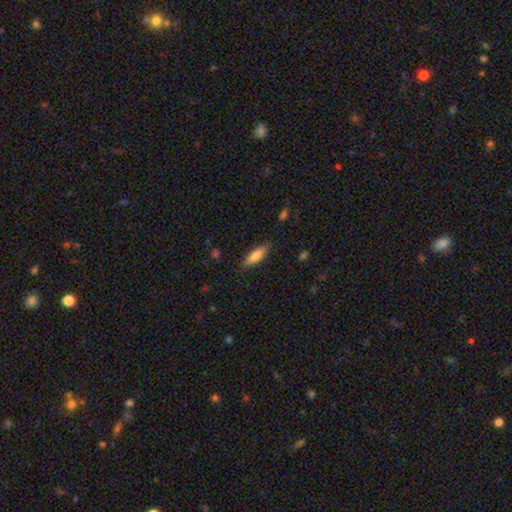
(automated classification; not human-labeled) smooth_or_featured: smooth (p=0.75) [alt: featured or disk p=0.19]
how_rounded: cigar-shaped (p=0.54) [alt: in between p=0.44]
merging: none (p=0.84) [alt: minor disturbance p=0.12]